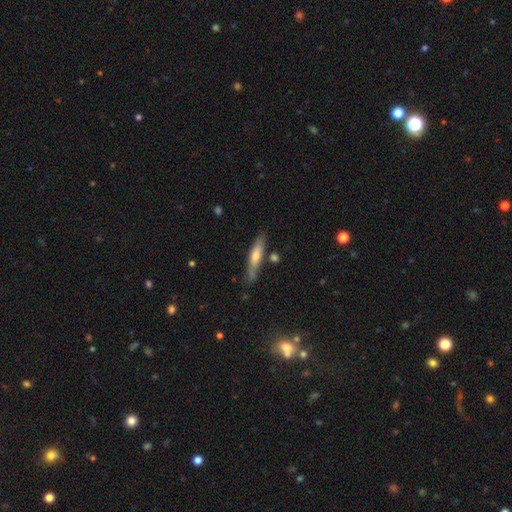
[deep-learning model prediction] Smooth or featured? smooth (48%)
Merging? none (79%)